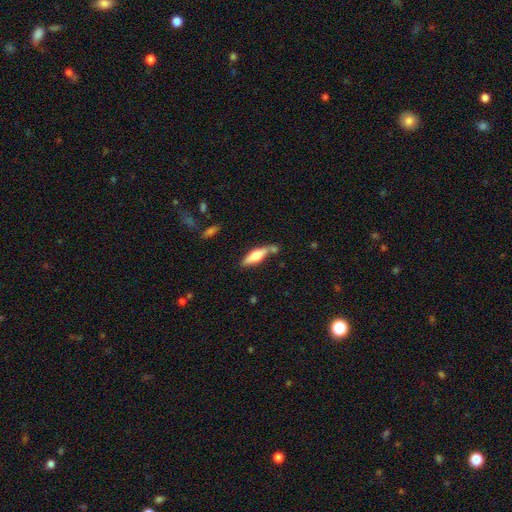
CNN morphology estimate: A smooth galaxy with no disk features (50%) that is cigar-shaped (57%). Merging: none (67%).